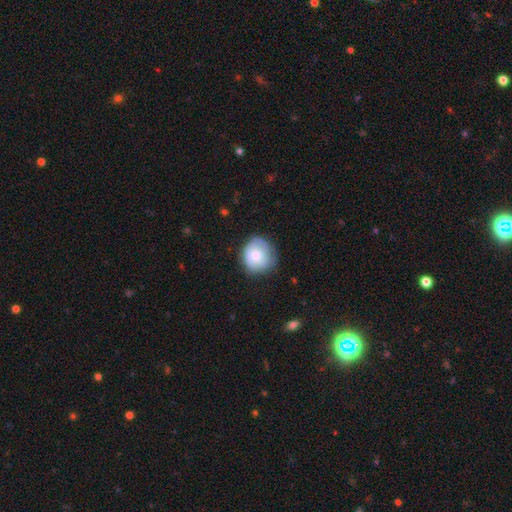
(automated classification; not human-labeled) Smooth or featured: smooth — 64% (featured or disk — 29%)
How rounded: round — 80% (in between — 19%)
Merging: none — 63% (minor disturbance — 27%)